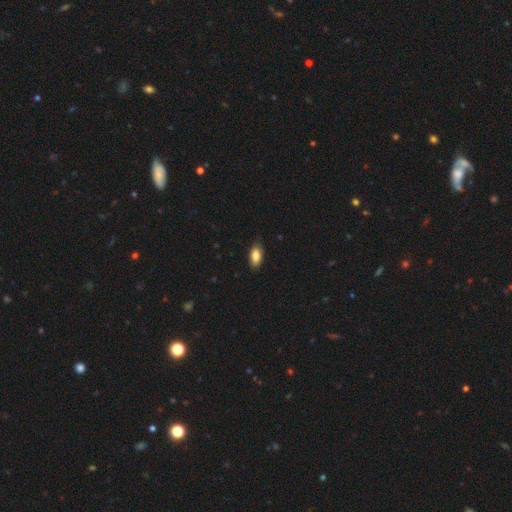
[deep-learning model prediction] The model was most divided on "merging": none: 82%, minor disturbance: 14%, major disturbance: 2%, merger: 1%. More confident: how rounded — in between (91%); smooth or featured — smooth (85%).